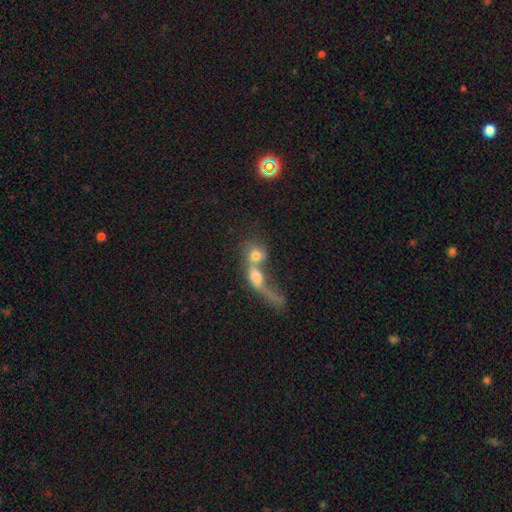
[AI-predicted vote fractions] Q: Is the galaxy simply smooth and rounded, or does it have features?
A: smooth — 62%.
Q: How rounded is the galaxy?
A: round — 60%.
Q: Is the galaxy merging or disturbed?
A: merger — 71%.